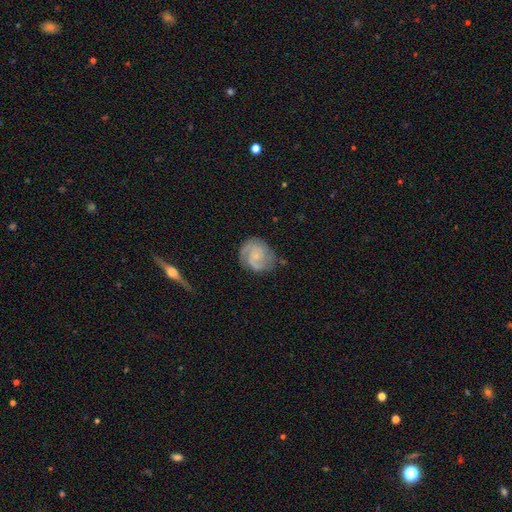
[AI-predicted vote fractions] Overall: featured or disk (76%). Edge-on disk: no (98%). Bar: no (68%; weak 28%). Spiral arms: yes (94%). Spiral arm count: 2 (53%; can't tell 17%). Spiral winding: tight (47%; medium 40%). Bulge size: small (74%). Merging: none (69%).